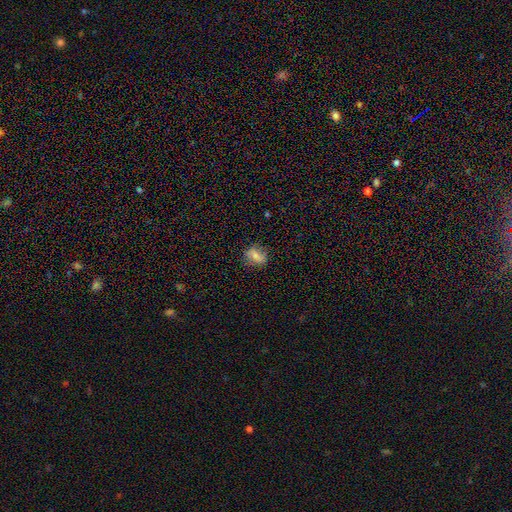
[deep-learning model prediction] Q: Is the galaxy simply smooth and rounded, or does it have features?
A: smooth — 59%.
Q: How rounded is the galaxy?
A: in between — 61%.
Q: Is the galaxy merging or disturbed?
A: none — 79%.